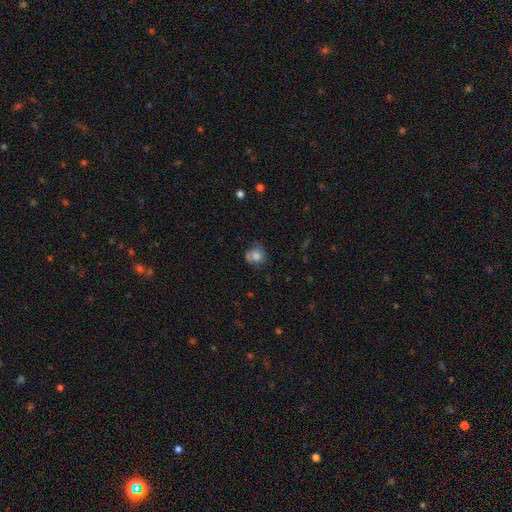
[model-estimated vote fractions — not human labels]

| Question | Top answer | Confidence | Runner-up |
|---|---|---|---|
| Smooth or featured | smooth | 73% | featured or disk (17%) |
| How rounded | round | 79% | in between (20%) |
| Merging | none | 59% | minor disturbance (27%) |